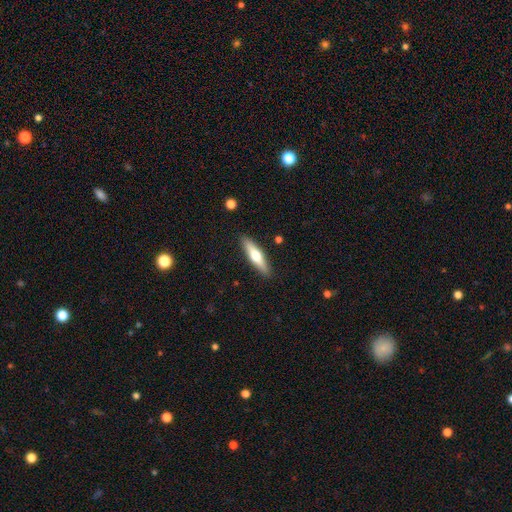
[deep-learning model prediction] A smooth galaxy with no disk features (49%).

Vote fractions:
- Smooth or featured? smooth: 49% / featured or disk: 46% / star or artifact: 5%
- Merging? none: 90% / minor disturbance: 7% / major disturbance: 2% / merger: 1%